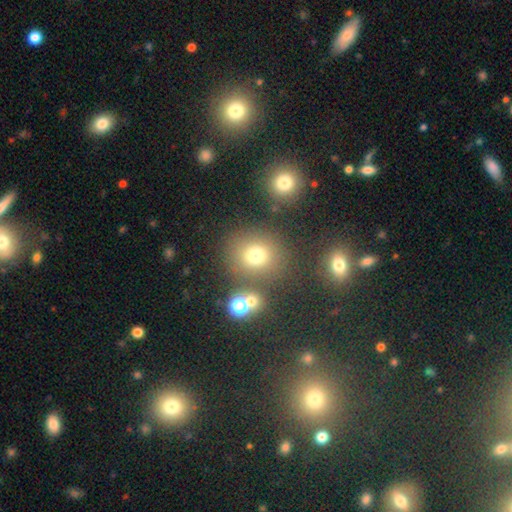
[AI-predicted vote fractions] The model was most divided on "smooth or featured": smooth: 71%, star or artifact: 19%, featured or disk: 10%. More confident: how rounded — round (85%); merging — none (74%).